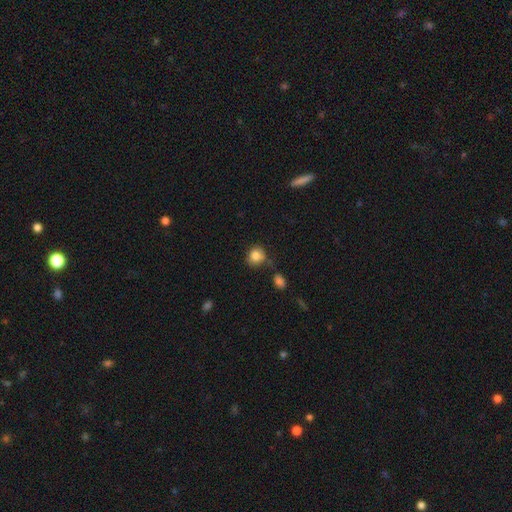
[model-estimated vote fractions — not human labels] The model was most divided on "merging": none: 68%, minor disturbance: 18%, merger: 9%, major disturbance: 5%. More confident: smooth or featured — smooth (84%); how rounded — round (81%).